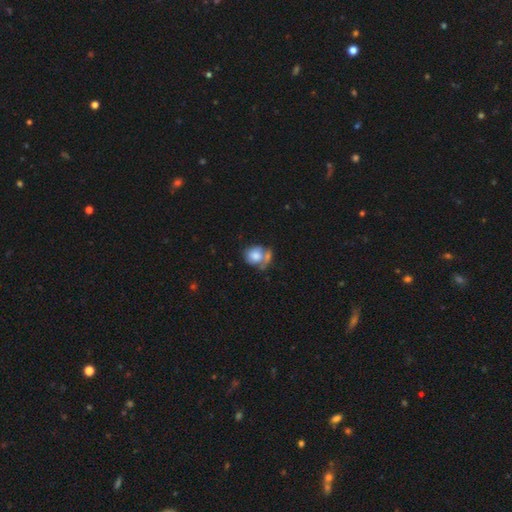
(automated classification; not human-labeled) A smooth galaxy with no disk features (72%) that is round (69%). Merging: merger (38%).